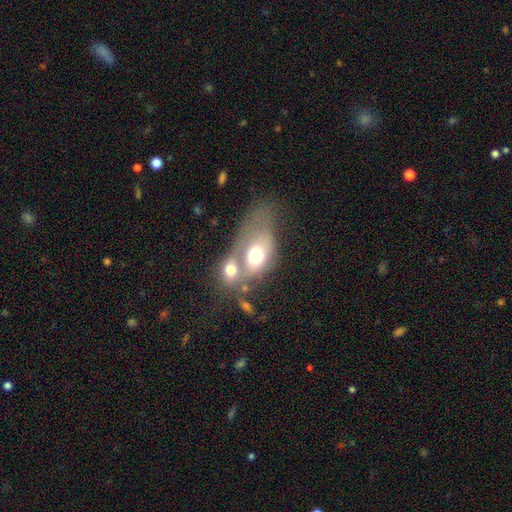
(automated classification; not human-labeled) Morphology: type=smooth (49%); merging=merger (51%).